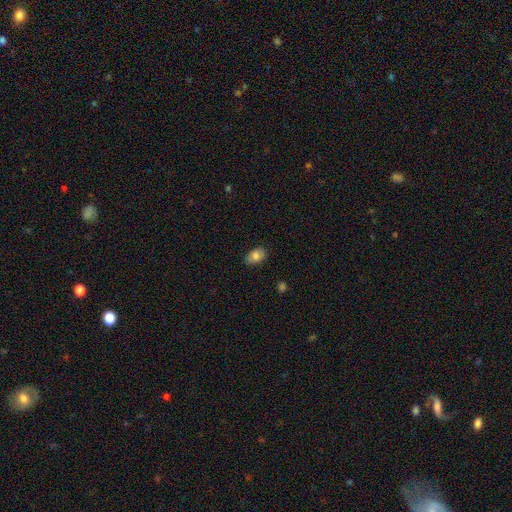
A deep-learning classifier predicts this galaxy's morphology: smooth 82%, featured or disk 10%, star or artifact 8%. Down the decision tree: how rounded — in between (85%); merging — none (82%).